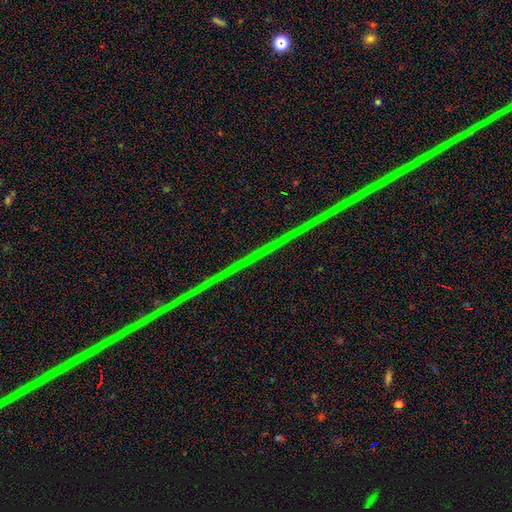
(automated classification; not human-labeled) Overall: star or artifact (90%).